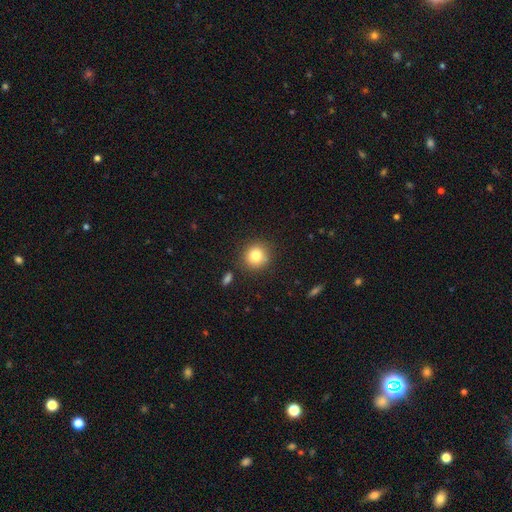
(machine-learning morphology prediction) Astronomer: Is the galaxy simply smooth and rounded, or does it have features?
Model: smooth — 81%.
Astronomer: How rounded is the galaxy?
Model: round — 91%.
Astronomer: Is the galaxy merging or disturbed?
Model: none — 86%.